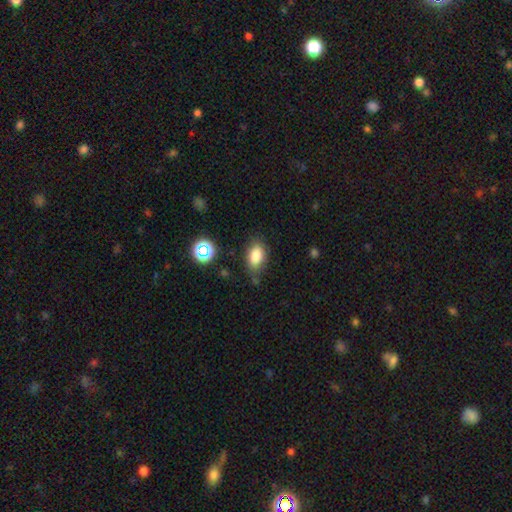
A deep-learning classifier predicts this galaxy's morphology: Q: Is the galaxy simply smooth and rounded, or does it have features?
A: smooth — 83%.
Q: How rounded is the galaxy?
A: in between — 89%.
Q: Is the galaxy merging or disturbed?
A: none — 73%.